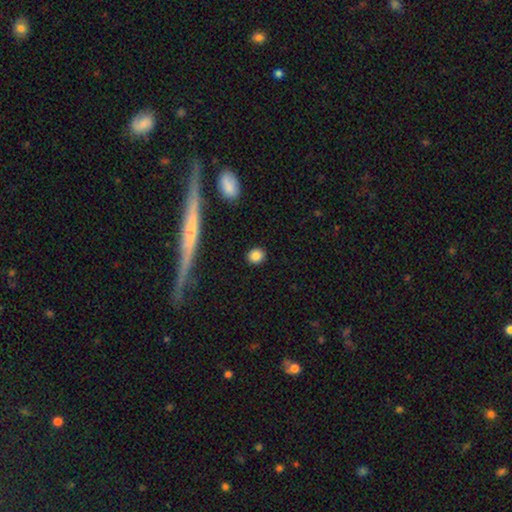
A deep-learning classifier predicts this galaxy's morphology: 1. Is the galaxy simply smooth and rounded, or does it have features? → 83% smooth, 10% star or artifact, 7% featured or disk.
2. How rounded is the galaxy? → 81% round, 16% in between, 2% cigar-shaped.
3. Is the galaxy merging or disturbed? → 89% none, 7% minor disturbance, 2% major disturbance, 2% merger.